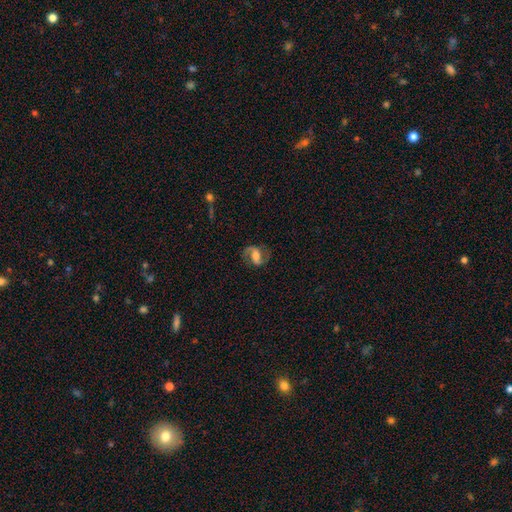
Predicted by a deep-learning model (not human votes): smooth-or-featured: featured or disk: 84% | smooth: 10% | star or artifact: 6%
  disk-edge-on: no: 97% | yes: 3%
    bar: weak: 44% | strong: 32% | no: 25%
    has-spiral-arms: yes: 96% | no: 4%
      spiral-winding: medium: 51% | loose: 34% | tight: 15%
      spiral-arm-count: 2: 93% | 1: 2% | can't tell: 2% | 3: 1% | 4: 1% | more than 4: 1%
    bulge-size: moderate: 51% | small: 23% | large: 17% | none: 7% | dominant: 2%
  merging: none: 81% | minor disturbance: 12% | major disturbance: 6% | merger: 1%